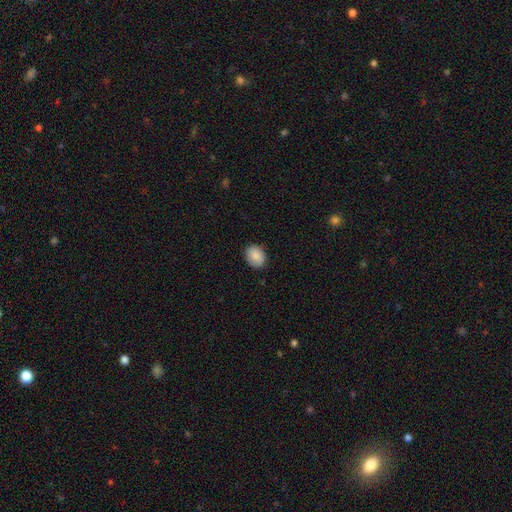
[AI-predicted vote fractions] smooth_or_featured: smooth (p=0.86) [alt: star or artifact p=0.07]
how_rounded: round (p=0.51) [alt: in between p=0.48]
merging: none (p=0.86) [alt: minor disturbance p=0.11]